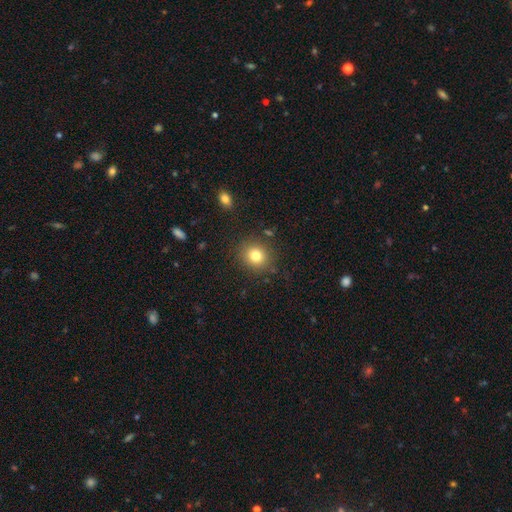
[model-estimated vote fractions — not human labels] The model was most divided on "smooth or featured": smooth: 79%, star or artifact: 12%, featured or disk: 8%. More confident: merging — none (86%); how rounded — round (83%).